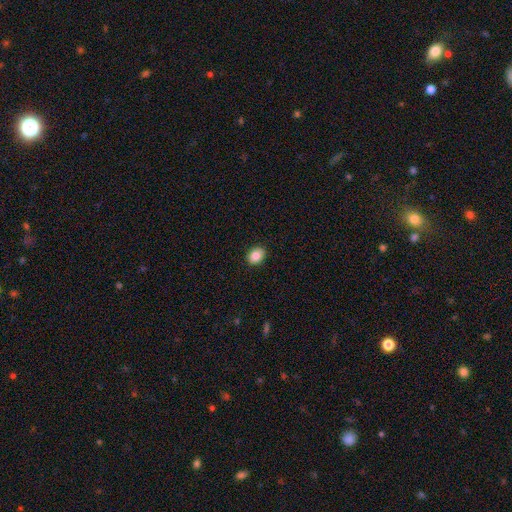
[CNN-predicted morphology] Q: Smooth or featured?
A: smooth (86%); runner-up: star or artifact (8%)
Q: How rounded?
A: in between (60%); runner-up: round (39%)
Q: Merging?
A: none (90%); runner-up: minor disturbance (7%)